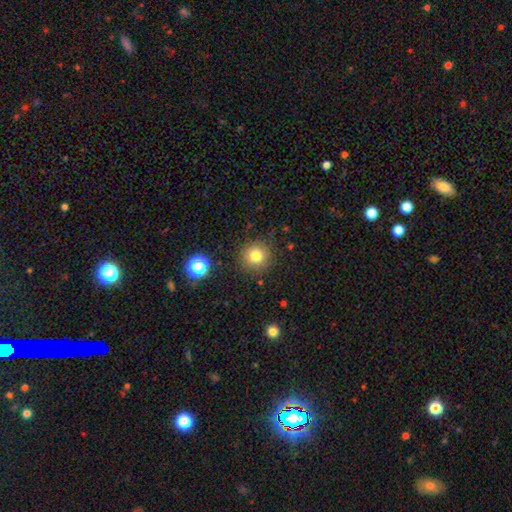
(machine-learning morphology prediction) A smooth galaxy with no disk features (79%) that is round (93%).

Vote fractions:
- Smooth or featured? smooth: 79% / star or artifact: 13% / featured or disk: 8%
- How rounded? round: 93% / in between: 6% / cigar-shaped: 1%
- Merging? none: 87% / minor disturbance: 8% / major disturbance: 3% / merger: 2%